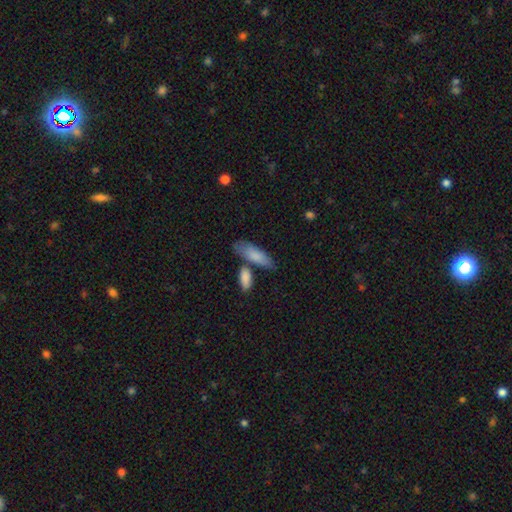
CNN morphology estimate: smooth_or_featured: smooth (p=0.82) [alt: featured or disk p=0.13]
how_rounded: in between (p=0.62) [alt: cigar-shaped p=0.35]
merging: none (p=0.58) [alt: merger p=0.20]